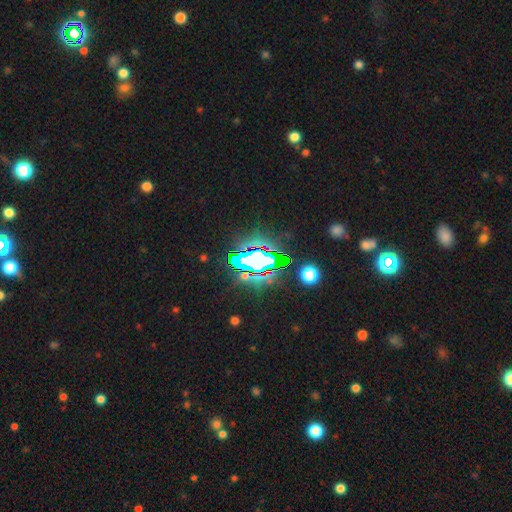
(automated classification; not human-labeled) Smooth or featured?
  - star or artifact: 69% *
  - smooth: 17%
  - featured or disk: 14%